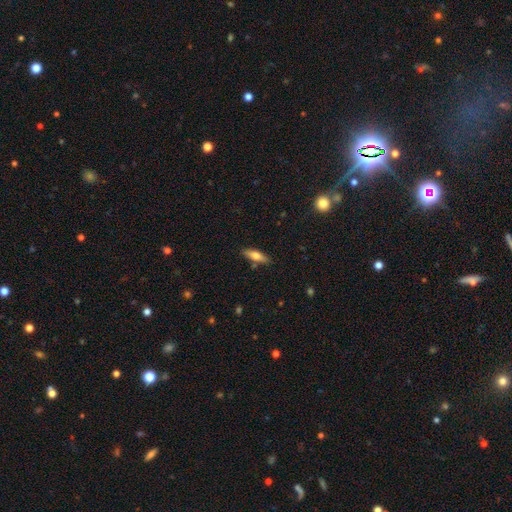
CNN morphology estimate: Overall: smooth (67%). How rounded: cigar-shaped (52%; in between 46%). Merging: none (83%).